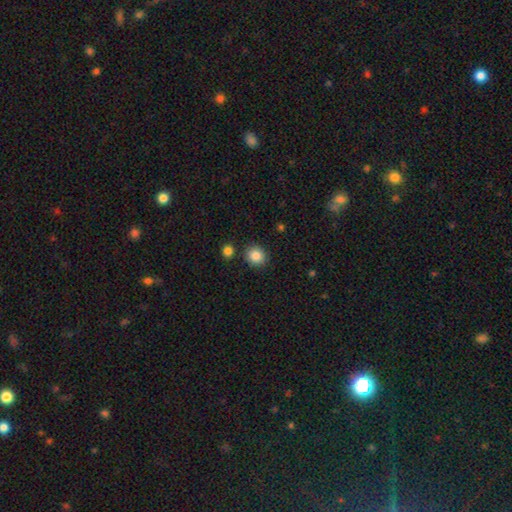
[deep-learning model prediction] Smooth or featured: smooth — 86% (star or artifact — 9%)
How rounded: round — 81% (in between — 18%)
Merging: none — 85% (minor disturbance — 8%)